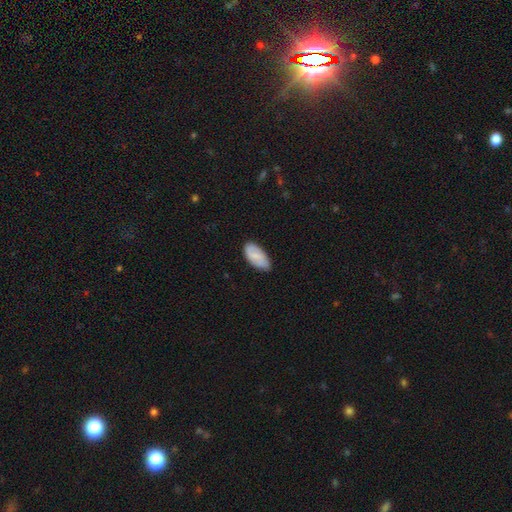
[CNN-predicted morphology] The model was most divided on "smooth or featured": smooth: 72%, featured or disk: 22%, star or artifact: 6%. More confident: how rounded — in between (93%); merging — none (74%).